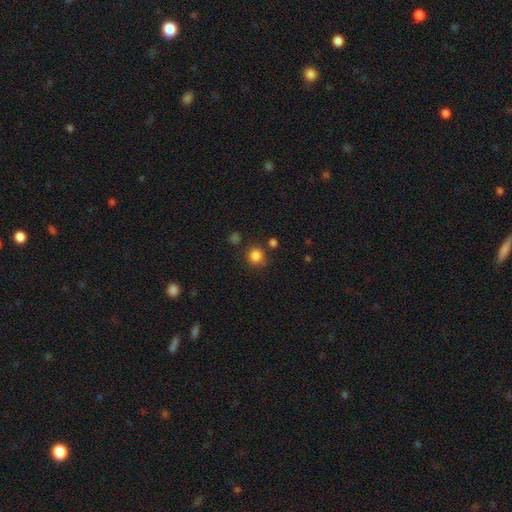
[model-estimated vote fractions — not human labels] A smooth galaxy with no disk features (83%) that is round (89%).

Vote fractions:
- Smooth or featured? smooth: 83% / star or artifact: 12% / featured or disk: 4%
- How rounded? round: 89% / in between: 10% / cigar-shaped: 1%
- Merging? none: 79% / minor disturbance: 11% / merger: 6% / major disturbance: 4%